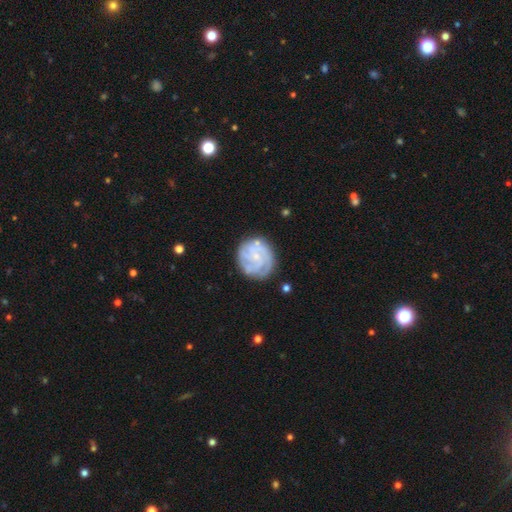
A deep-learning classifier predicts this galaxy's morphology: Overall: featured or disk (80%). Edge-on disk: no (98%). Bar: no (70%). Spiral arms: yes (93%). Spiral arm count: can't tell (29%; 3 27%). Spiral winding: tight (70%). Bulge size: small (71%). Merging: none (76%).